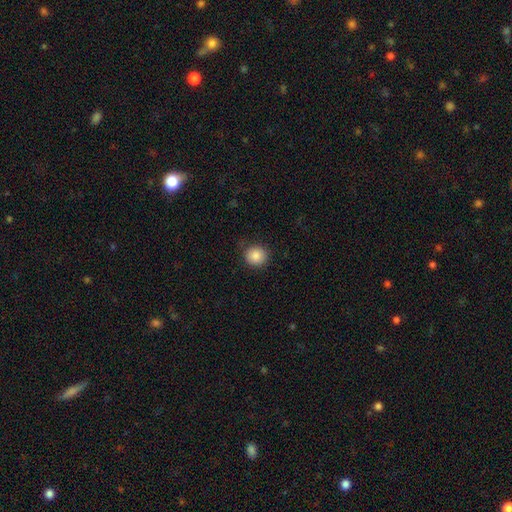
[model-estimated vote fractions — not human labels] smooth 86%, star or artifact 9%, featured or disk 5%. Down the decision tree: how rounded — round (86%); merging — none (84%).